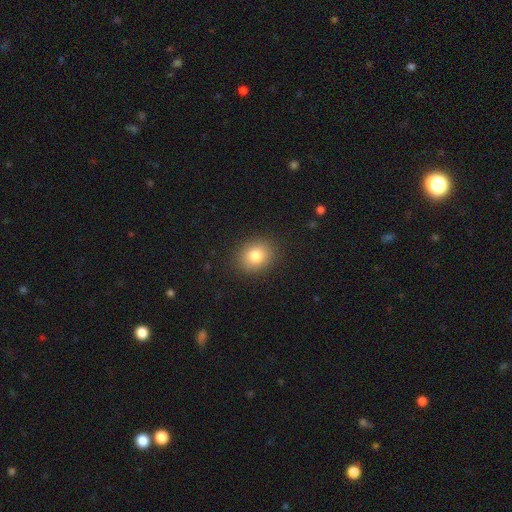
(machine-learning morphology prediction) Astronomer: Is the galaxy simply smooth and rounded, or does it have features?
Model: smooth — 81%.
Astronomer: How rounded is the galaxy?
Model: round — 63%.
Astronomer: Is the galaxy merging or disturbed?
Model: none — 89%.